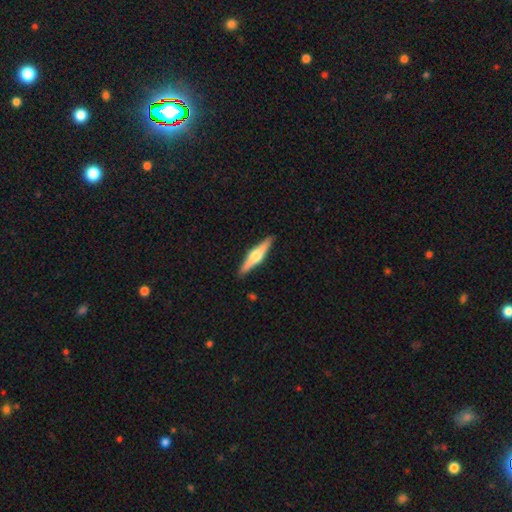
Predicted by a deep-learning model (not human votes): Smooth or featured? featured or disk (67%)
Edge-on disk? yes (97%)
Edge-on bulge? rounded (94%)
Merging? none (91%)